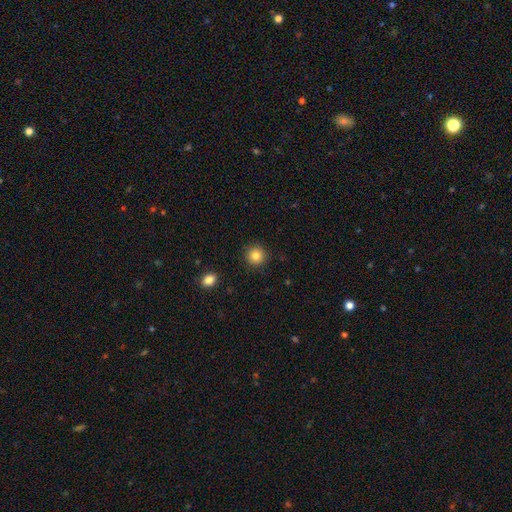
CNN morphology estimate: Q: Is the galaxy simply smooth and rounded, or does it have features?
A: smooth — 84%.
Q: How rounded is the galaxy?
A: round — 94%.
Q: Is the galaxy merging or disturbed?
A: none — 91%.